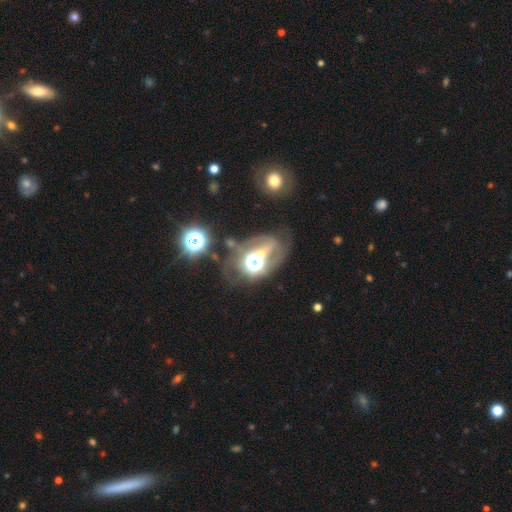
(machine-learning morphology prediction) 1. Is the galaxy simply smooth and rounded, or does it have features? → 40% smooth, 34% star or artifact, 26% featured or disk.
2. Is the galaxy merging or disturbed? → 60% none, 16% merger, 14% minor disturbance, 9% major disturbance.